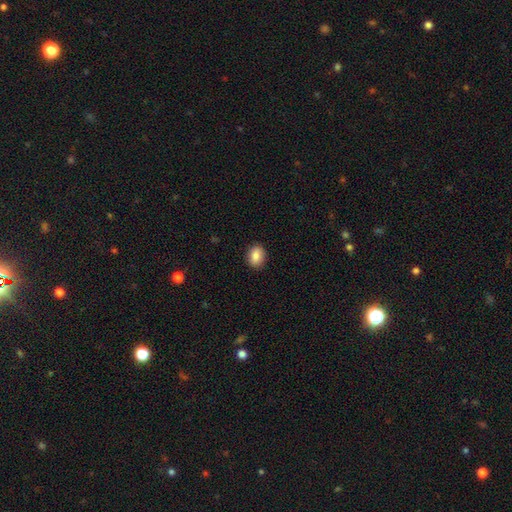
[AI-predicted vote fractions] Smooth or featured?
  - smooth: 86% *
  - star or artifact: 8%
  - featured or disk: 6%
How rounded?
  - in between: 60% *
  - round: 38%
  - cigar-shaped: 1%
Merging?
  - none: 89% *
  - minor disturbance: 8%
  - major disturbance: 2%
  - merger: 1%